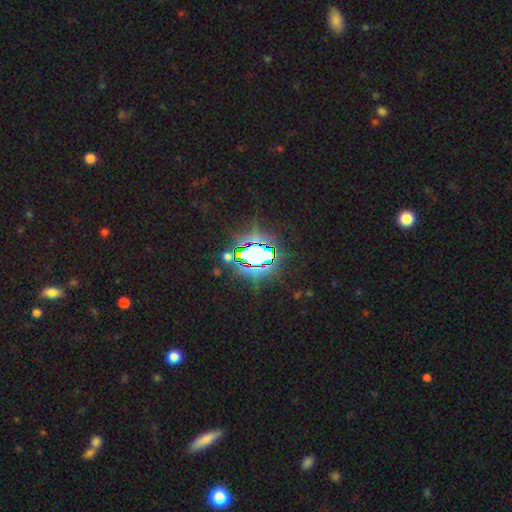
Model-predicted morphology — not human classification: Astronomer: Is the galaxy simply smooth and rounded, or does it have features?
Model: star or artifact — 75%.